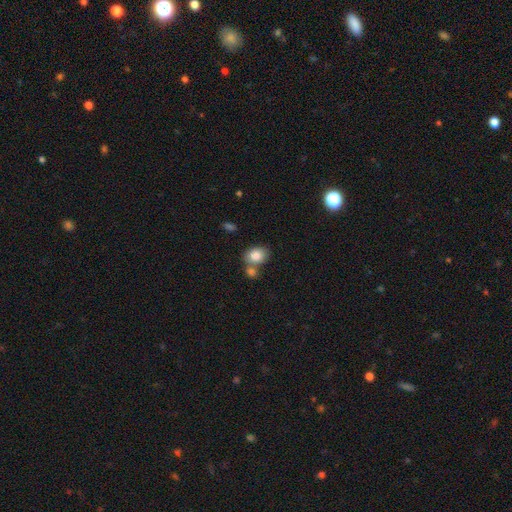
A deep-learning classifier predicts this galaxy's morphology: Smooth or featured? Predicted: smooth (p=0.84). How rounded? Predicted: in between (p=0.62). Merging? Predicted: none (p=0.49).